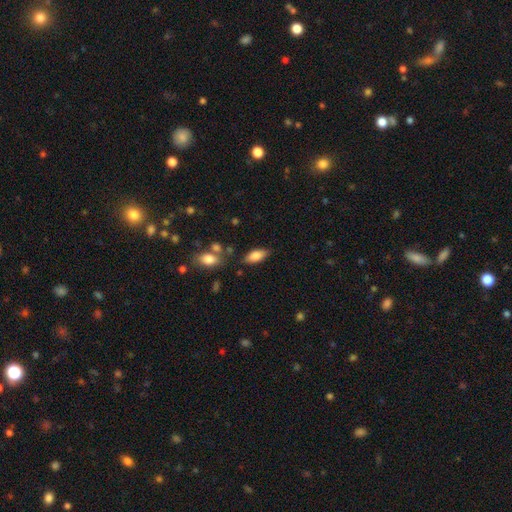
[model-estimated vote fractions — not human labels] A smooth galaxy with no disk features (82%) that is in between round and cigar-shaped (86%). Merging: none (78%).